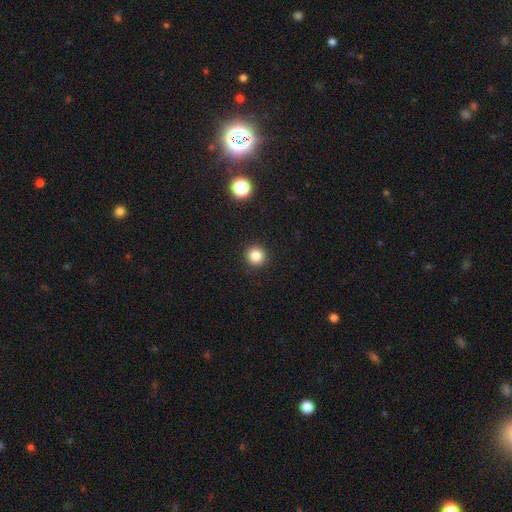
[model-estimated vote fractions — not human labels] This is clearly a smooth galaxy (83%). How rounded: clearly round (94%). Merging: clearly none (93%).